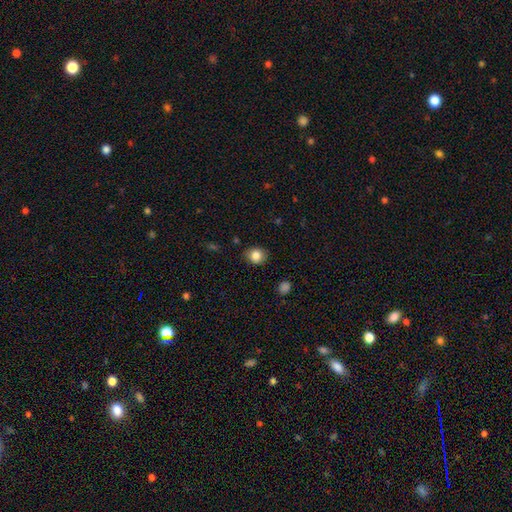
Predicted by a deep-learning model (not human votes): This appears to be a smooth galaxy with no disk features (84%) that is round (71%). Merging: none (83%).